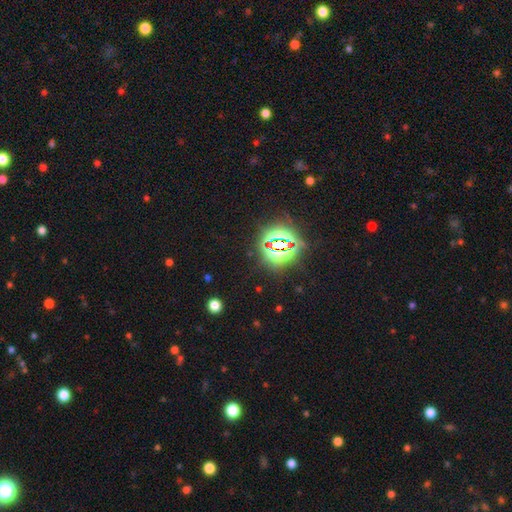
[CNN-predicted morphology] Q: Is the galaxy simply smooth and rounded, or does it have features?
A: star or artifact — 84%.